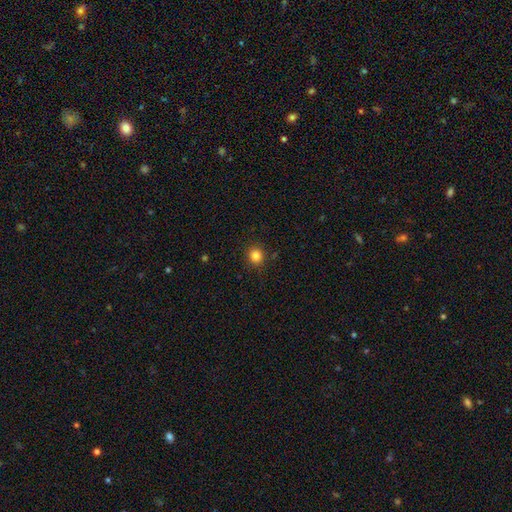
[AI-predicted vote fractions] Smooth or featured?
  - smooth: 83% *
  - star or artifact: 12%
  - featured or disk: 4%
How rounded?
  - round: 89% *
  - in between: 10%
  - cigar-shaped: 1%
Merging?
  - none: 89% *
  - minor disturbance: 8%
  - major disturbance: 2%
  - merger: 1%